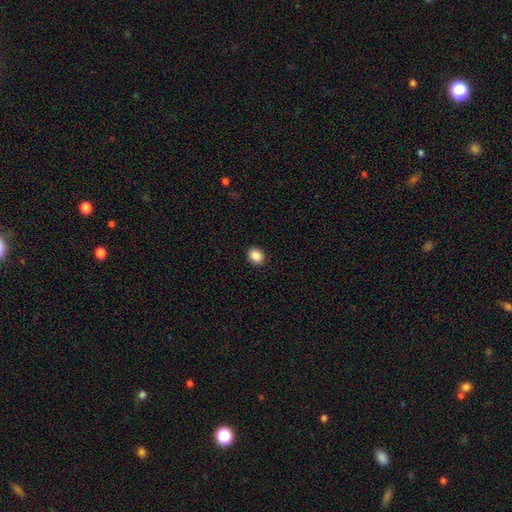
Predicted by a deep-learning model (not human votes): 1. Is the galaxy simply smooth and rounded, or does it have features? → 89% smooth, 9% star or artifact, 3% featured or disk.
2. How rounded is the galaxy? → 55% round, 44% in between, 1% cigar-shaped.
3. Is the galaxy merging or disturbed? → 91% none, 6% minor disturbance, 2% major disturbance, 1% merger.